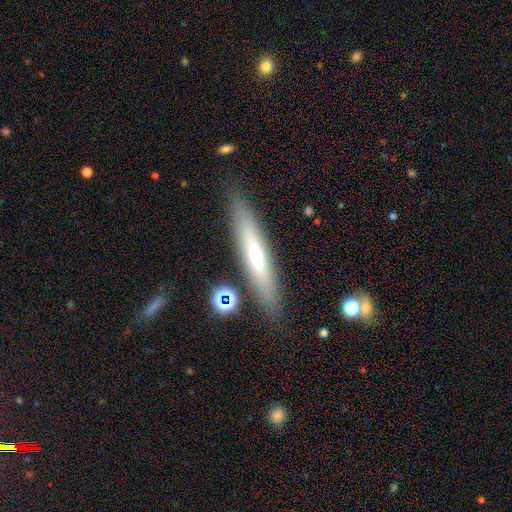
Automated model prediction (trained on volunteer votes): Smooth or featured?
  - smooth: 51% *
  - featured or disk: 40%
  - star or artifact: 9%
How rounded?
  - cigar-shaped: 84% *
  - in between: 15%
  - round: 2%
Merging?
  - none: 85% *
  - minor disturbance: 9%
  - major disturbance: 3%
  - merger: 3%